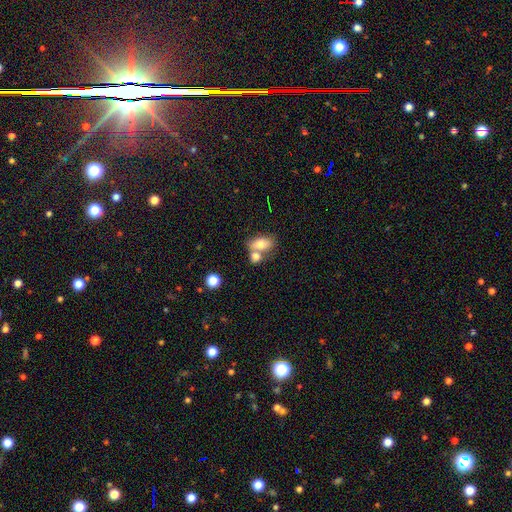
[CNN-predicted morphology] Smooth or featured?
  - smooth: 70% *
  - featured or disk: 19%
  - star or artifact: 10%
How rounded?
  - in between: 79% *
  - round: 14%
  - cigar-shaped: 6%
Merging?
  - merger: 50% *
  - none: 37%
  - minor disturbance: 9%
  - major disturbance: 4%